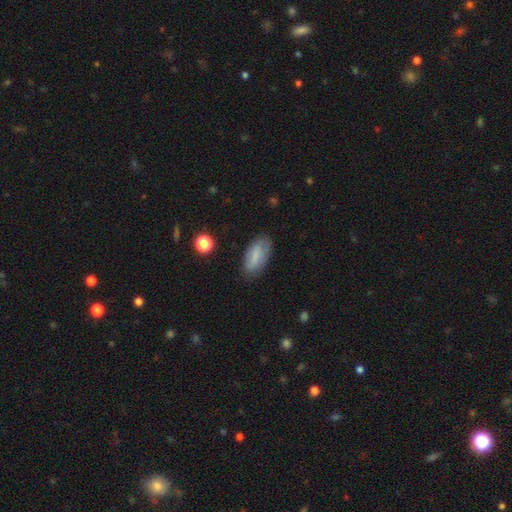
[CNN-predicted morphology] type=smooth (70%); roundness=in between (85%); merging=none (78%).